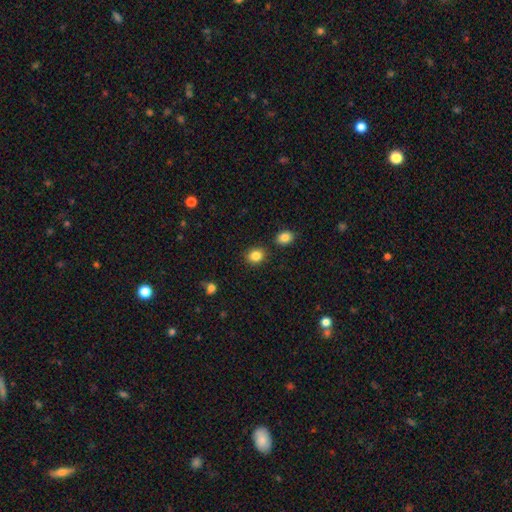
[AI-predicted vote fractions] Smooth or featured?
  - smooth: 85% *
  - star or artifact: 10%
  - featured or disk: 5%
How rounded?
  - round: 65% *
  - in between: 34%
  - cigar-shaped: 1%
Merging?
  - none: 83% *
  - minor disturbance: 10%
  - merger: 5%
  - major disturbance: 3%